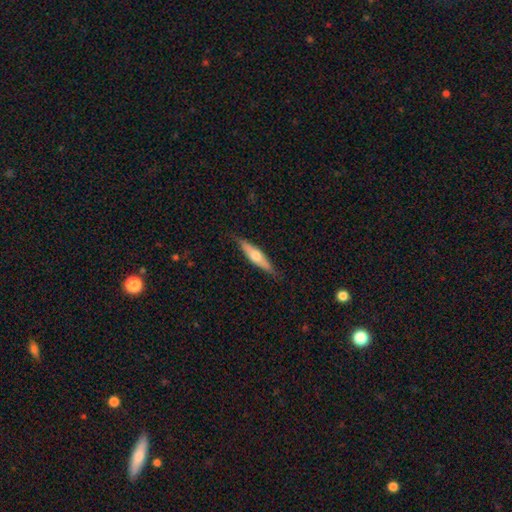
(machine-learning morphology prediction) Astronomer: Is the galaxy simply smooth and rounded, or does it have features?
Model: featured or disk — 50% (runner-up: smooth, 44%).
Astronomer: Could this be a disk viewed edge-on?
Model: yes — 91%.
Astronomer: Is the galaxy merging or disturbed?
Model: none — 84%.